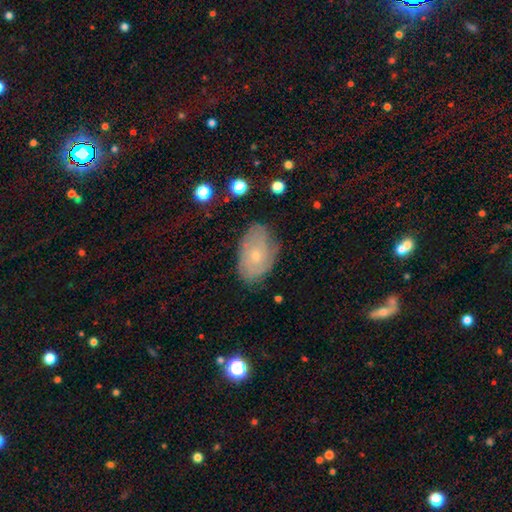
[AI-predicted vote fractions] A featured or disk galaxy (54%) with no bar (84%), spiral arms (73%) and a small central bulge (72%).

Vote fractions:
- Smooth or featured? featured or disk: 54% / smooth: 37% / star or artifact: 8%
- Edge-on disk? no: 94% / yes: 6%
- Bar? no: 84% / weak: 14% / strong: 2%
- Spiral arms? yes: 73% / no: 27%
- Bulge size? small: 72% / moderate: 24% / none: 2% / large: 1% / dominant: 1%
- Merging? none: 72% / minor disturbance: 21% / major disturbance: 6% / merger: 1%